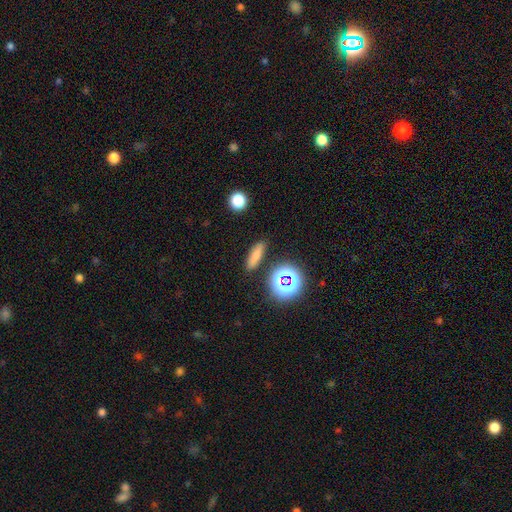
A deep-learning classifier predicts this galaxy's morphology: Q: Smooth or featured?
A: smooth (73%); runner-up: star or artifact (17%)
Q: How rounded?
A: cigar-shaped (56%); runner-up: in between (34%)
Q: Merging?
A: none (87%); runner-up: minor disturbance (8%)